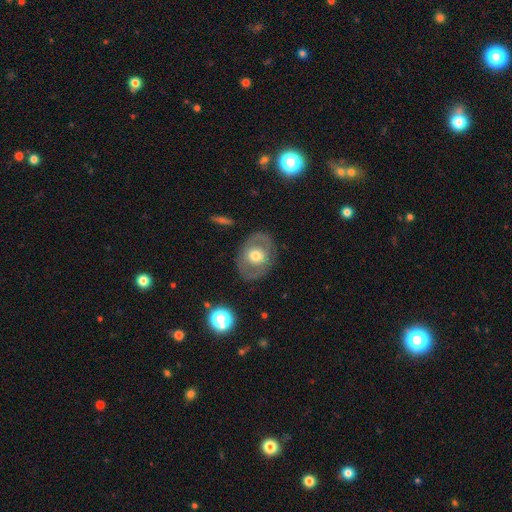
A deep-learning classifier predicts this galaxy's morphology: Smooth or featured? smooth (47%)
Merging? none (80%)